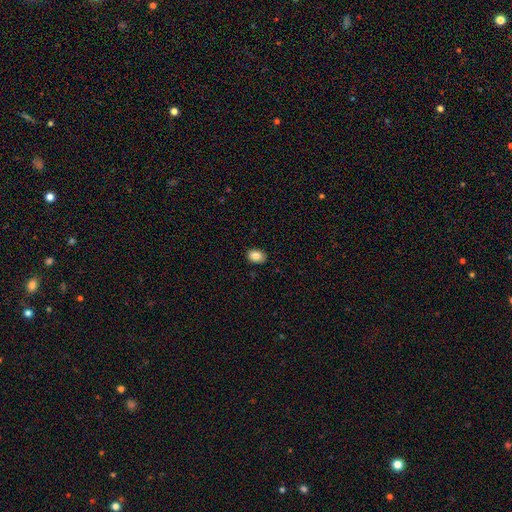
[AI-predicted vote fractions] smooth_or_featured: smooth (p=0.86) [alt: star or artifact p=0.09]
how_rounded: in between (p=0.73) [alt: round p=0.26]
merging: none (p=0.87) [alt: minor disturbance p=0.10]